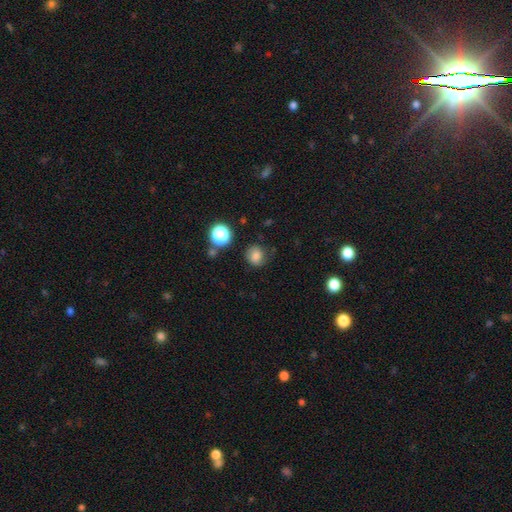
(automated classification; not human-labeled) The model was most divided on "merging": none: 74%, minor disturbance: 18%, major disturbance: 6%, merger: 3%. More confident: how rounded — round (80%); smooth or featured — smooth (76%).